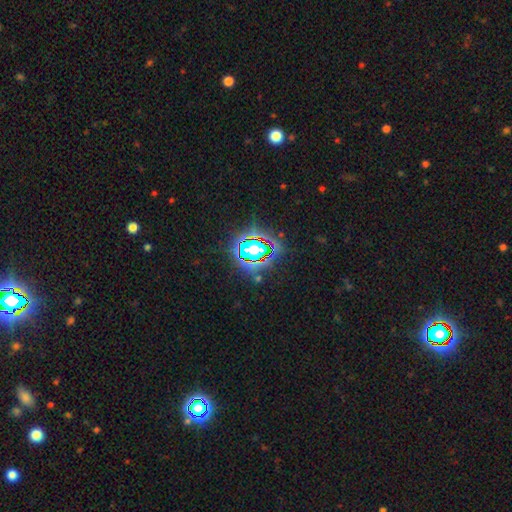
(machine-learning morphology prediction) star or artifact 81%, smooth 12%, featured or disk 7%.